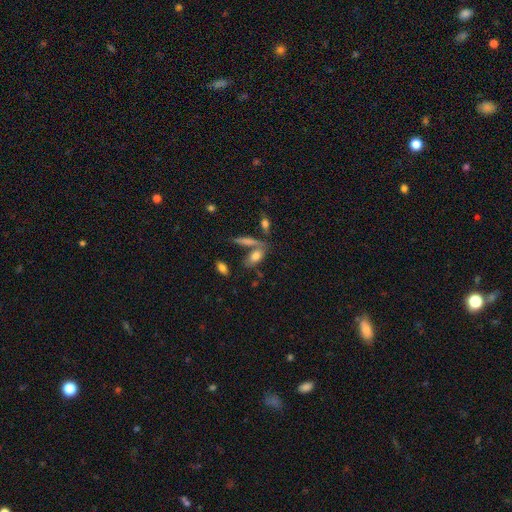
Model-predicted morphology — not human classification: Smooth or featured?
  - smooth: 73% *
  - featured or disk: 19%
  - star or artifact: 8%
How rounded?
  - in between: 77% *
  - cigar-shaped: 19%
  - round: 4%
Merging?
  - none: 54% *
  - merger: 26%
  - minor disturbance: 14%
  - major disturbance: 5%